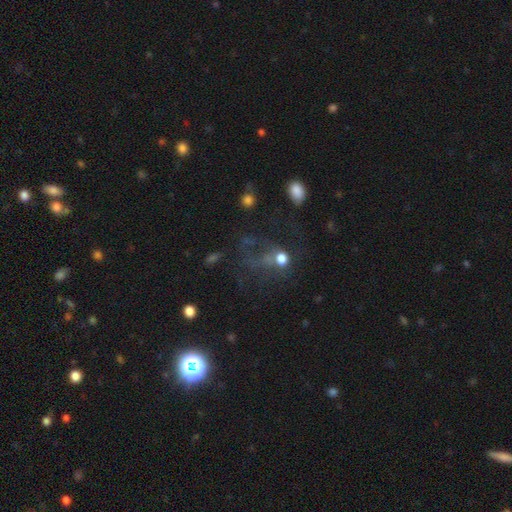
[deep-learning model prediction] A star or artifact, not a galaxy (45%).